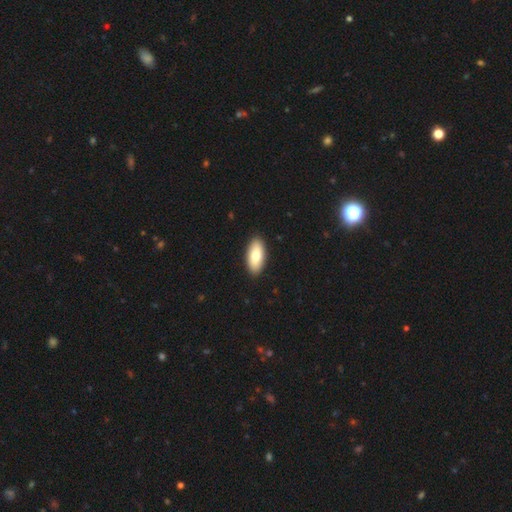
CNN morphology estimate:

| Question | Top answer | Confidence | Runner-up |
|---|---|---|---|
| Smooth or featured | smooth | 78% | featured or disk (16%) |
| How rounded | in between | 89% | cigar-shaped (8%) |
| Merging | none | 91% | minor disturbance (6%) |